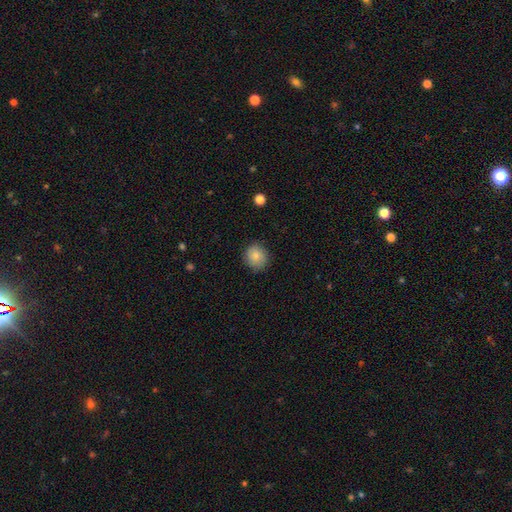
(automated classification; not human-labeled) smooth 82%, featured or disk 10%, star or artifact 8%. Down the decision tree: how rounded — round (84%); merging — none (83%).